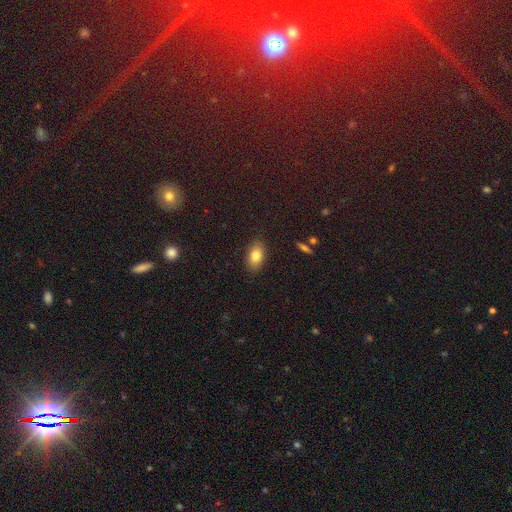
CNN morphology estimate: The model was most divided on "smooth or featured": smooth: 81%, featured or disk: 10%, star or artifact: 9%. More confident: how rounded — in between (87%); merging — none (86%).